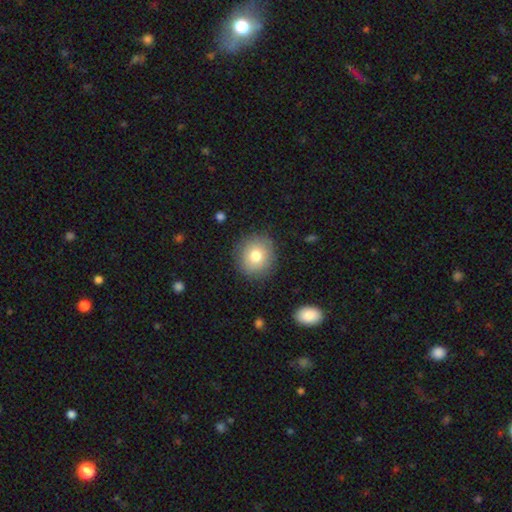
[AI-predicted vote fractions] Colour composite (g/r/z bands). It shows a smooth galaxy with no disk features (77%) that is round (87%). Merging: none (87%).